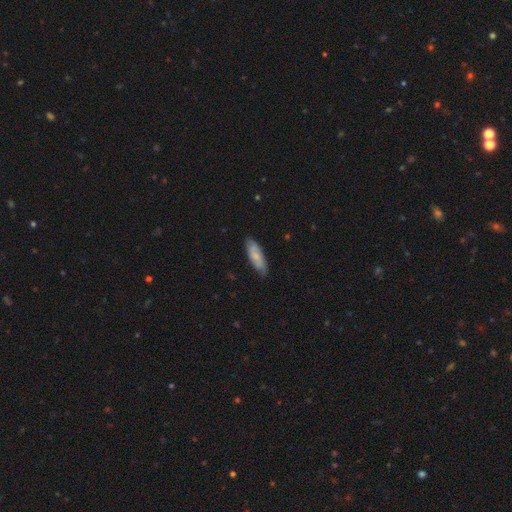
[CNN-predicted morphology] smooth-or-featured: smooth: 67% | featured or disk: 27% | star or artifact: 5%
  how-rounded: in between: 59% | cigar-shaped: 39% | round: 2%
  merging: none: 78% | minor disturbance: 18% | major disturbance: 3% | merger: 1%